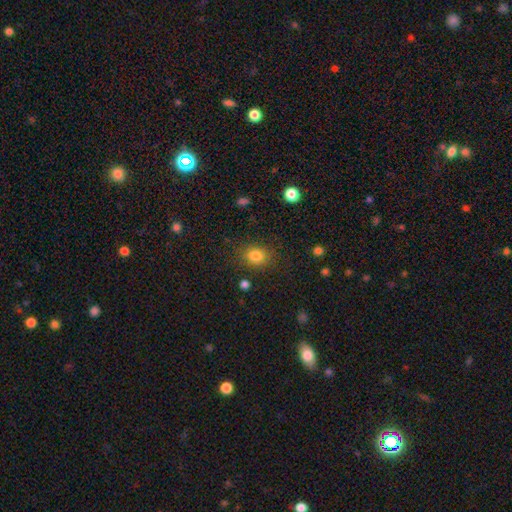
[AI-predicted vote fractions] Smooth or featured?
  - smooth: 82% *
  - star or artifact: 12%
  - featured or disk: 6%
How rounded?
  - round: 57% *
  - in between: 42%
  - cigar-shaped: 1%
Merging?
  - none: 83% *
  - minor disturbance: 11%
  - major disturbance: 4%
  - merger: 2%